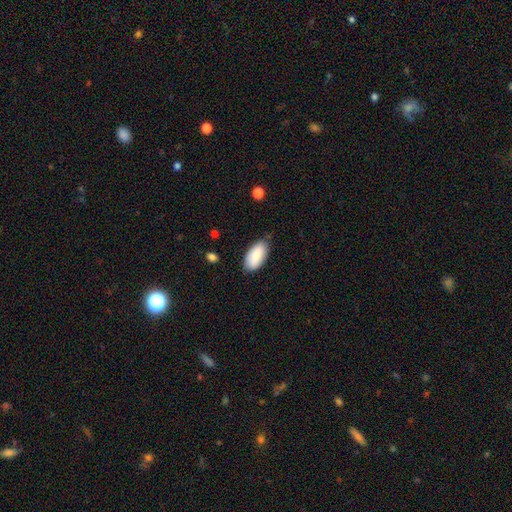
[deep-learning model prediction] smooth-or-featured: smooth: 84% | featured or disk: 10% | star or artifact: 6%
  how-rounded: in between: 94% | cigar-shaped: 4% | round: 2%
  merging: none: 78% | minor disturbance: 18% | major disturbance: 3% | merger: 2%